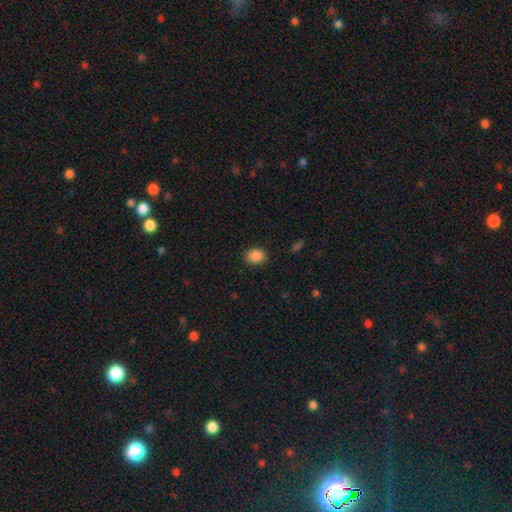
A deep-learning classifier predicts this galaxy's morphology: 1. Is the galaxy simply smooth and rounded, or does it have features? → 88% smooth, 9% star or artifact, 3% featured or disk.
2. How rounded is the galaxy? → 57% in between, 42% round, 1% cigar-shaped.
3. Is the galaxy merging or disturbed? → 88% none, 9% minor disturbance, 2% major disturbance, 1% merger.